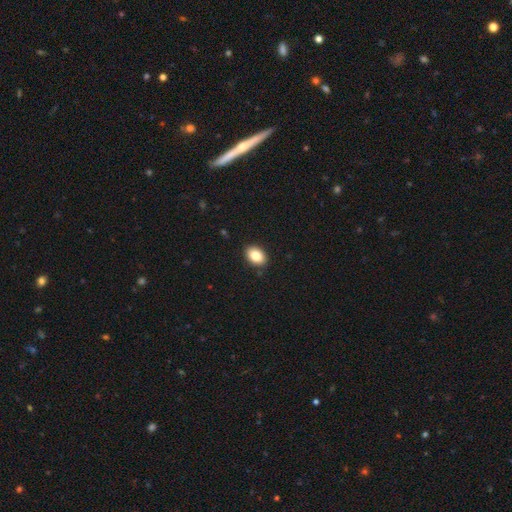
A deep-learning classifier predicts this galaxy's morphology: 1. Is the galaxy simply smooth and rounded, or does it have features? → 84% smooth, 8% star or artifact, 8% featured or disk.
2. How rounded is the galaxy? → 81% in between, 18% round, 1% cigar-shaped.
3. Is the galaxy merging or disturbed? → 89% none, 8% minor disturbance, 2% major disturbance, 1% merger.